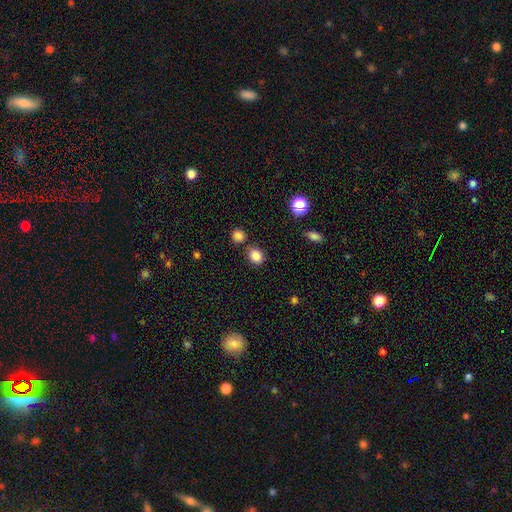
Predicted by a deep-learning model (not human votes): smooth_or_featured: smooth (p=0.85) [alt: star or artifact p=0.11]
how_rounded: round (p=0.55) [alt: in between p=0.43]
merging: none (p=0.73) [alt: minor disturbance p=0.12]